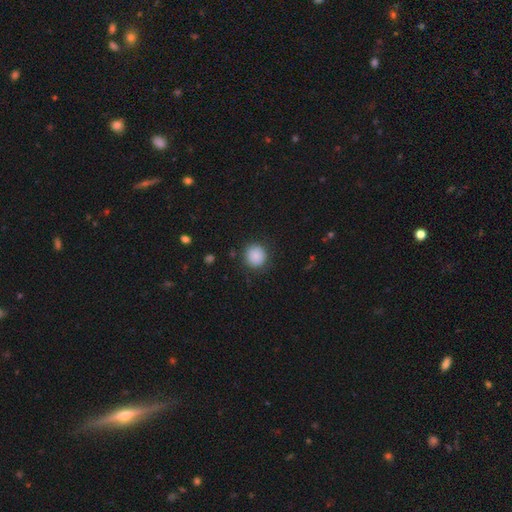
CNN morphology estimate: smooth-or-featured: smooth: 88% | star or artifact: 8% | featured or disk: 4%
  how-rounded: round: 91% | in between: 8% | cigar-shaped: 1%
  merging: none: 87% | minor disturbance: 9% | major disturbance: 3% | merger: 1%